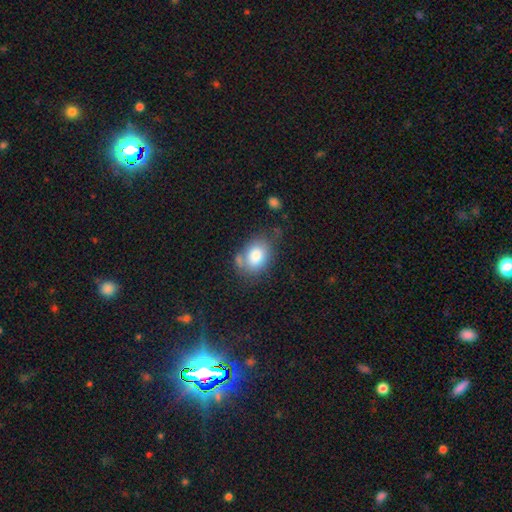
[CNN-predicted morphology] smooth_or_featured: smooth (p=0.80) [alt: featured or disk p=0.12]
how_rounded: in between (p=0.74) [alt: round p=0.25]
merging: none (p=0.55) [alt: minor disturbance p=0.24]